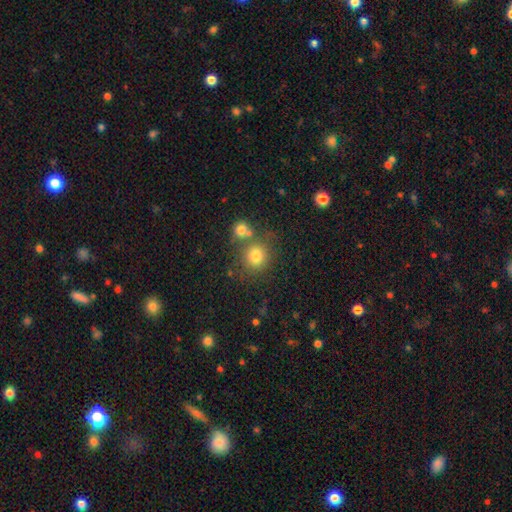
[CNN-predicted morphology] Smooth or featured? smooth (79%)
How rounded? round (85%)
Merging? none (65%)